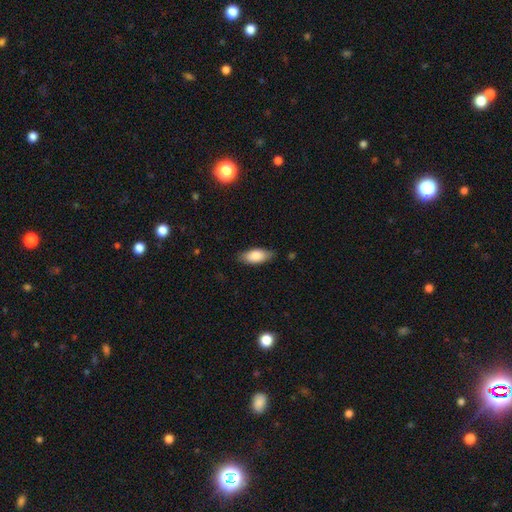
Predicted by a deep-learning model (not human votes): Smooth or featured: smooth — 84% (featured or disk — 10%)
How rounded: in between — 87% (cigar-shaped — 11%)
Merging: none — 82% (minor disturbance — 14%)